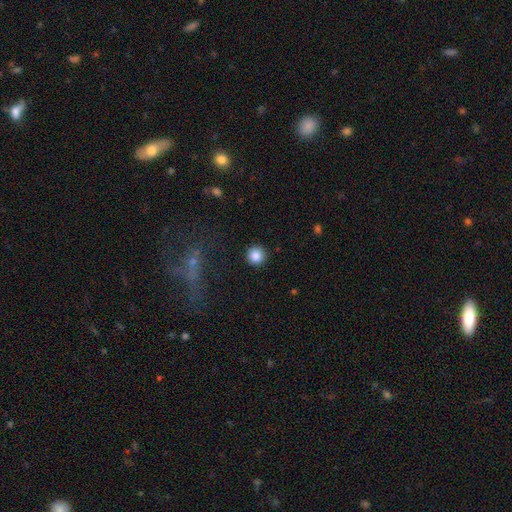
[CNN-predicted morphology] Smooth or featured?
  - smooth: 86% *
  - star or artifact: 10%
  - featured or disk: 4%
How rounded?
  - round: 95% *
  - in between: 4%
  - cigar-shaped: 1%
Merging?
  - none: 92% *
  - minor disturbance: 5%
  - major disturbance: 2%
  - merger: 1%